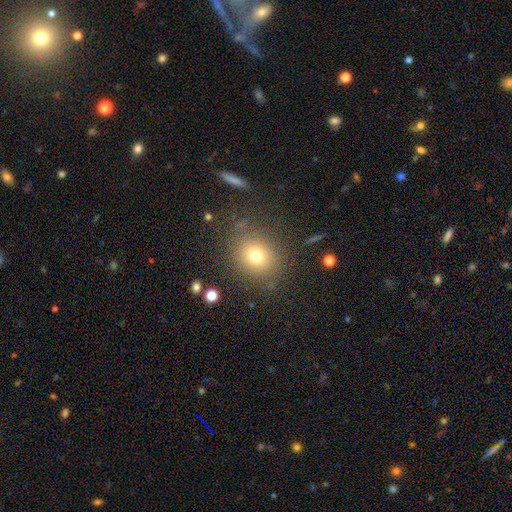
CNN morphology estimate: type=smooth (74%); roundness=round (81%); merging=none (83%).